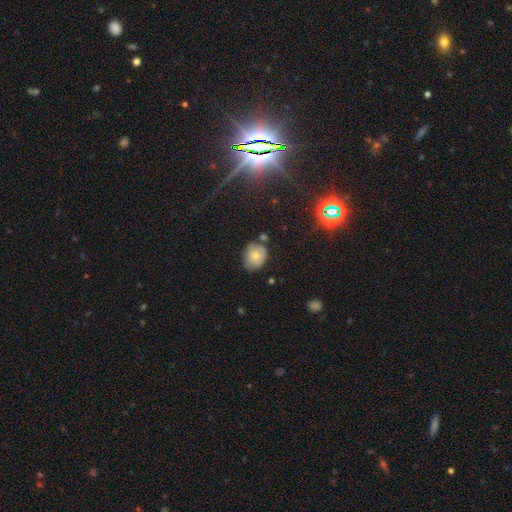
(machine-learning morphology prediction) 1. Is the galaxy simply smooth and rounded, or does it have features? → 65% smooth, 23% featured or disk, 11% star or artifact.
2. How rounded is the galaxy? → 50% round, 49% in between, 1% cigar-shaped.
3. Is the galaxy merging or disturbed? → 60% none, 27% minor disturbance, 7% merger, 5% major disturbance.